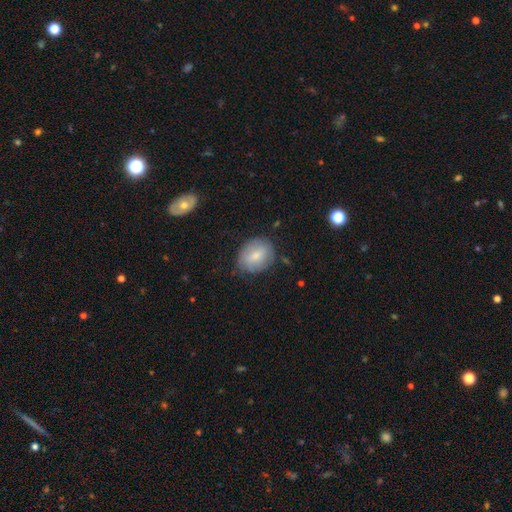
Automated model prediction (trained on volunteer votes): smooth 73%, featured or disk 20%, star or artifact 7%. Down the decision tree: how rounded — in between (53%); merging — none (76%).